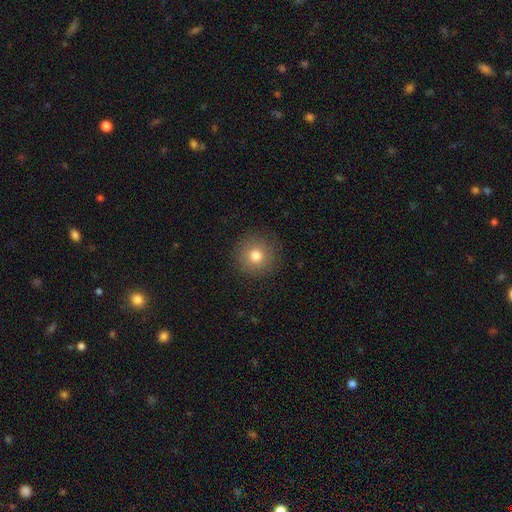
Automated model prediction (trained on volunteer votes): Smooth or featured? smooth (78%)
How rounded? round (95%)
Merging? none (89%)